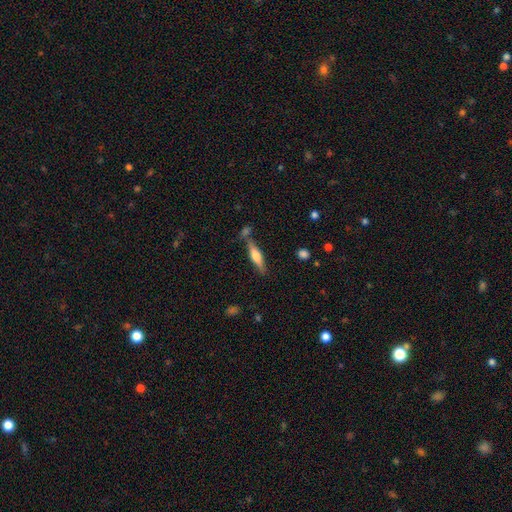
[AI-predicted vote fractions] Overall: featured or disk (52%; smooth 42%). Edge-on disk: yes (94%). Merging: none (72%).